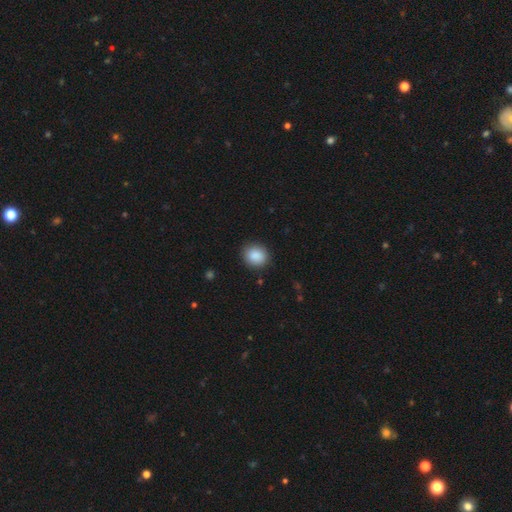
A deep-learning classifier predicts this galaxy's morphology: Smooth or featured? Predicted: smooth (p=0.89). How rounded? Predicted: round (p=0.71). Merging? Predicted: none (p=0.88).